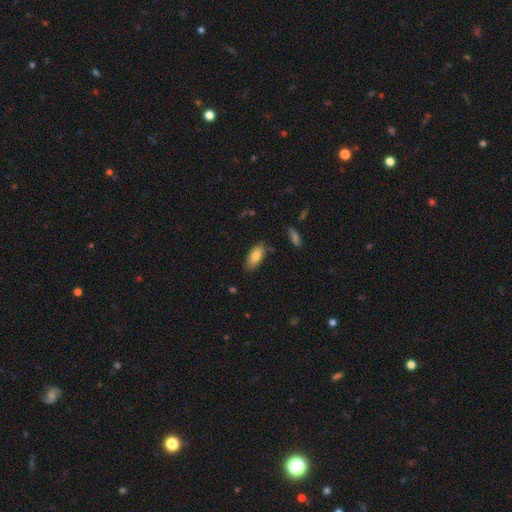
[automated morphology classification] Smooth or featured: smooth — 81% (featured or disk — 12%)
How rounded: in between — 85% (cigar-shaped — 13%)
Merging: none — 80% (minor disturbance — 15%)